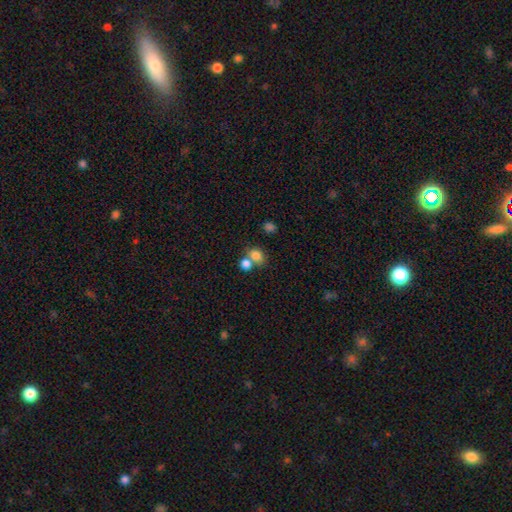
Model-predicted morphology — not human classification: smooth_or_featured: smooth (p=0.79) [alt: star or artifact p=0.12]
how_rounded: round (p=0.55) [alt: in between p=0.44]
merging: merger (p=0.46) [alt: none p=0.42]